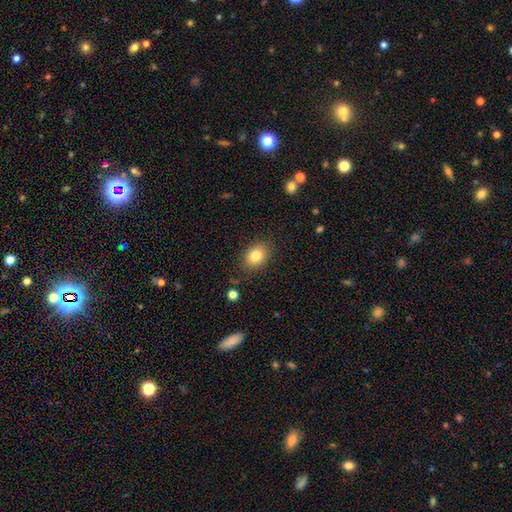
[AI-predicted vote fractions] smooth 80%, star or artifact 10%, featured or disk 10%. Down the decision tree: how rounded — in between (57%); merging — none (84%).